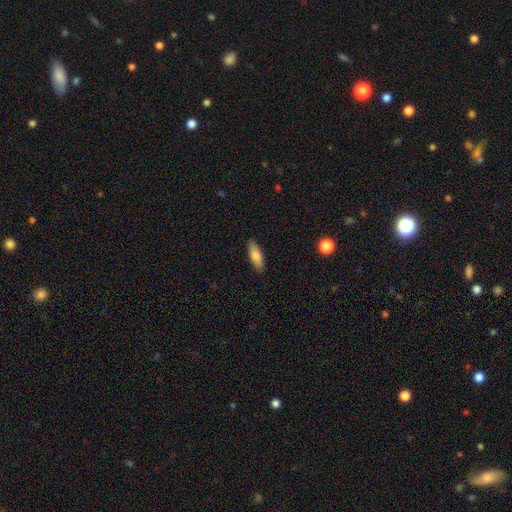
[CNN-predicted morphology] Smooth or featured: smooth — 82% (featured or disk — 12%)
How rounded: in between — 56% (cigar-shaped — 42%)
Merging: none — 87% (minor disturbance — 10%)